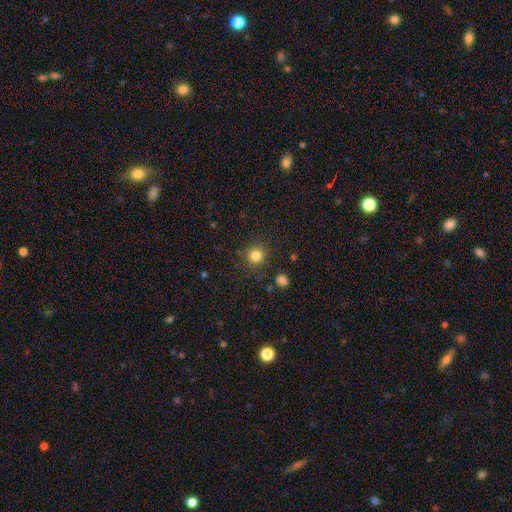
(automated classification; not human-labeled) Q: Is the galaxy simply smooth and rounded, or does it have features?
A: smooth — 82%.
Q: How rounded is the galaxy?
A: round — 92%.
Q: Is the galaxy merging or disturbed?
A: none — 87%.